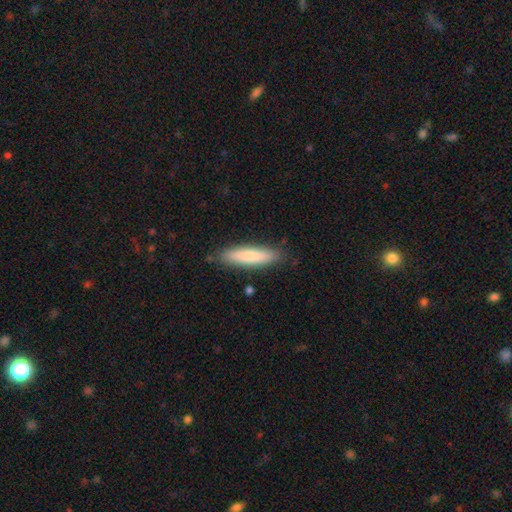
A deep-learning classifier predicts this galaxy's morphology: This is likely a smooth galaxy (79%). How rounded: likely cigar-shaped (77%). Merging: clearly none (85%).